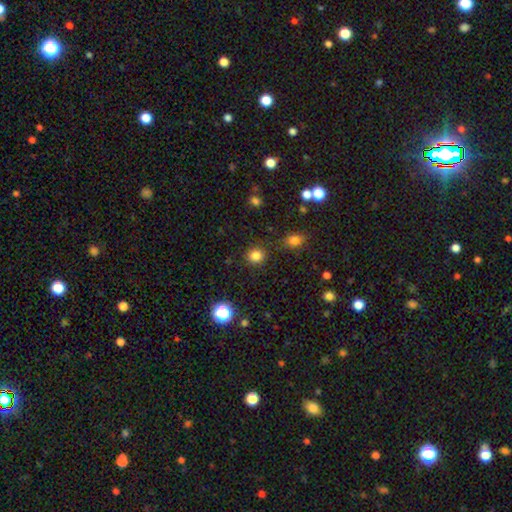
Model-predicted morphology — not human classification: Smooth or featured? Predicted: smooth (p=0.82). How rounded? Predicted: round (p=0.86). Merging? Predicted: none (p=0.88).